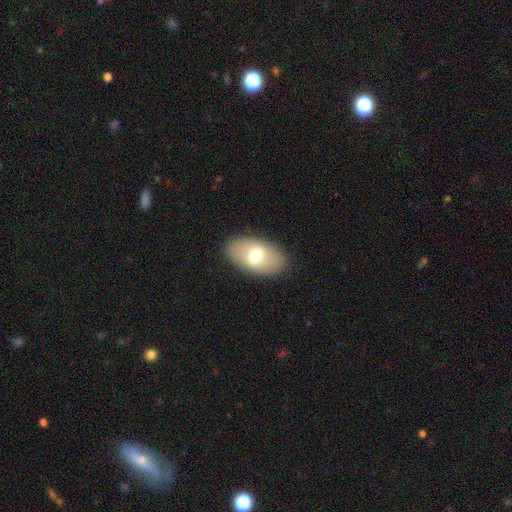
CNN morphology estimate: Smooth or featured: smooth — 64% (featured or disk — 29%)
How rounded: in between — 92% (round — 6%)
Merging: none — 87% (minor disturbance — 9%)